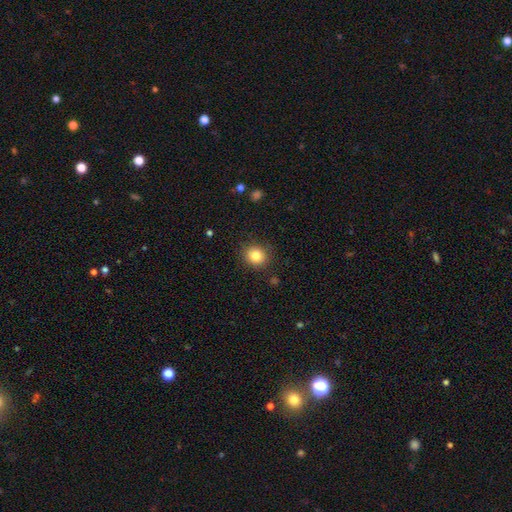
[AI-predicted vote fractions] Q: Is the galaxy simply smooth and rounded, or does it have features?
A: smooth — 84%.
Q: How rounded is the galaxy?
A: round — 83%.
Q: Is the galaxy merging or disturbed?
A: none — 88%.